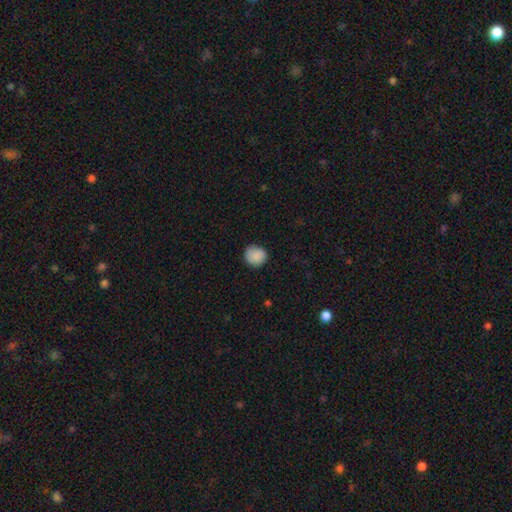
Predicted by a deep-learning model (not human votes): smooth 88%, star or artifact 8%, featured or disk 4%. Down the decision tree: how rounded — round (88%); merging — none (83%).